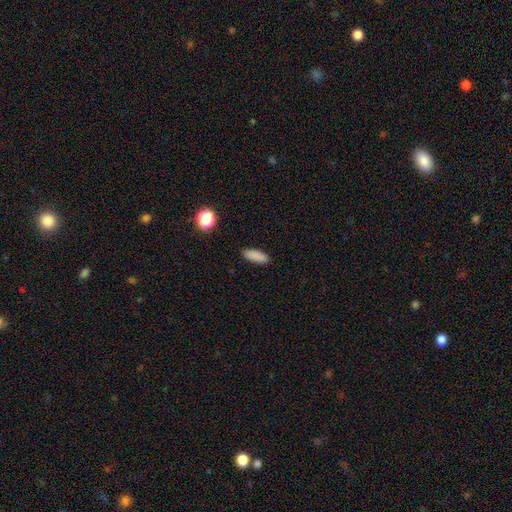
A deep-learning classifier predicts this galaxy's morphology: Smooth or featured? smooth (87%)
How rounded? in between (64%)
Merging? none (89%)